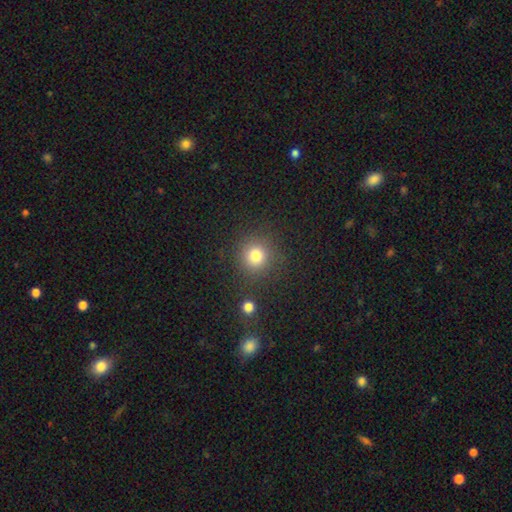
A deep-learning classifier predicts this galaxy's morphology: smooth-or-featured: smooth: 78% | star or artifact: 15% | featured or disk: 7%
  how-rounded: round: 92% | in between: 7% | cigar-shaped: 1%
  merging: none: 83% | minor disturbance: 8% | merger: 4% | major disturbance: 4%